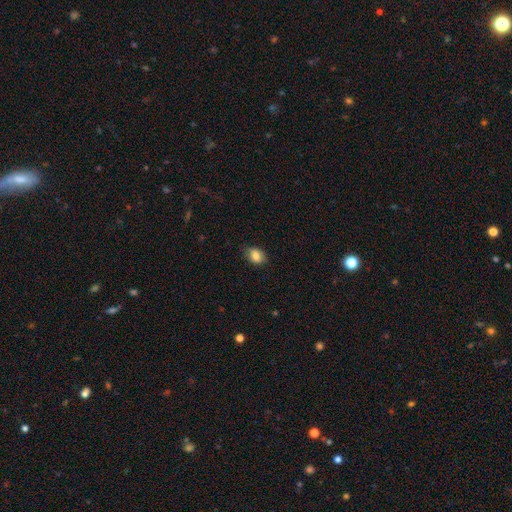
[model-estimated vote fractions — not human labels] smooth 84%, star or artifact 8%, featured or disk 8%. Down the decision tree: how rounded — in between (74%); merging — none (80%).